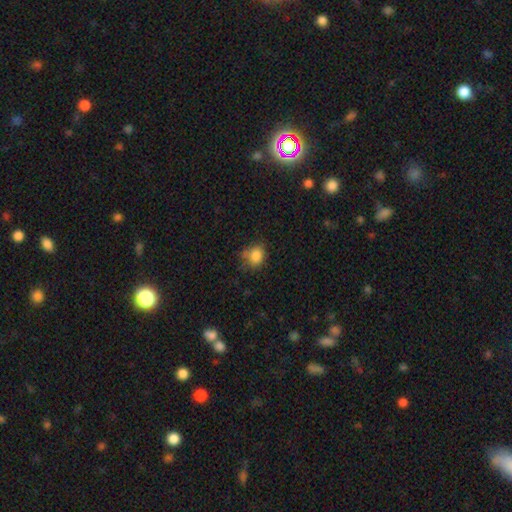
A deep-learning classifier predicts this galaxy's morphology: smooth 83%, star or artifact 10%, featured or disk 7%. Down the decision tree: how rounded — round (57%); merging — none (59%).